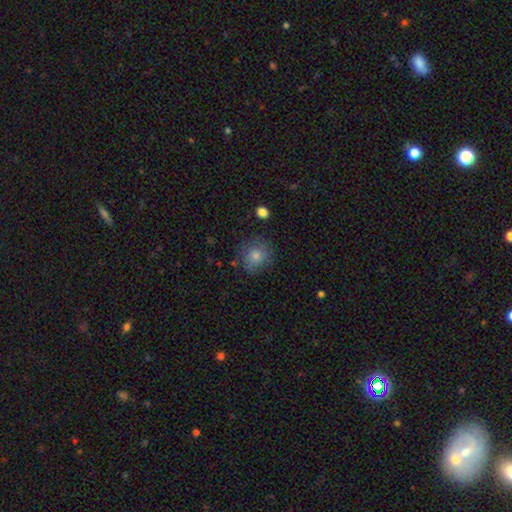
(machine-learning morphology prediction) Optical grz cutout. It shows a smooth galaxy with no disk features (76%) that is round (84%). Merging: none (81%).